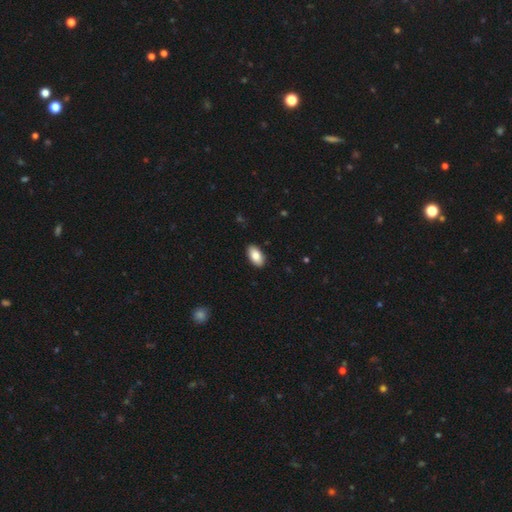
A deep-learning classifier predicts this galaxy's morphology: This appears to be a smooth galaxy with no disk features (86%) that is in between round and cigar-shaped (94%). Merging: none (90%).